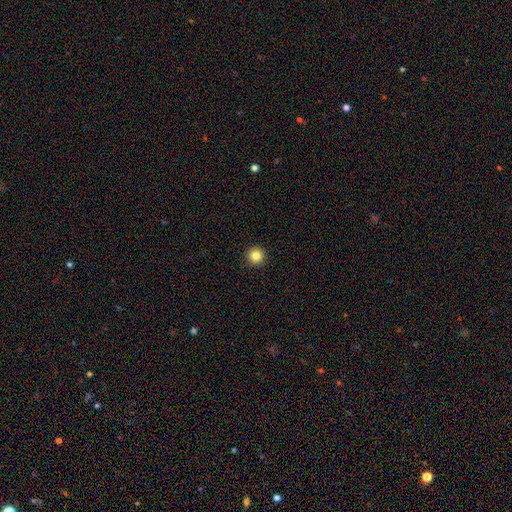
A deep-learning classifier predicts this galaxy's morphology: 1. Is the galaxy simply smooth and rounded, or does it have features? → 84% smooth, 11% star or artifact, 5% featured or disk.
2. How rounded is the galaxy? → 96% round, 3% in between, 1% cigar-shaped.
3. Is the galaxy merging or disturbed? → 94% none, 4% minor disturbance, 1% major disturbance, 1% merger.